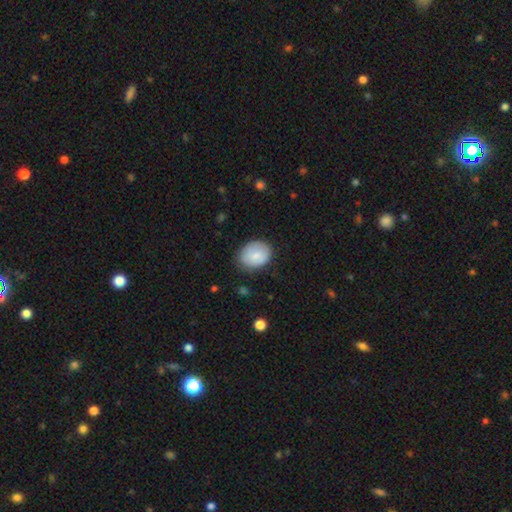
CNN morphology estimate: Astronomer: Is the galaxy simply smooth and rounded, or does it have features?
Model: smooth — 81%.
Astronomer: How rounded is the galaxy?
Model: in between — 59% (runner-up: round, 40%).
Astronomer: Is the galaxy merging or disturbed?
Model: none — 78%.